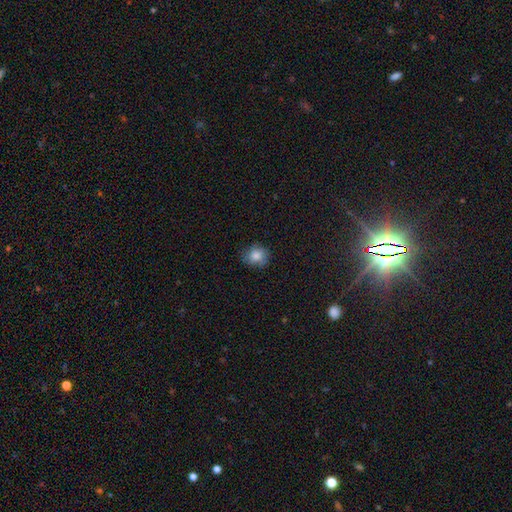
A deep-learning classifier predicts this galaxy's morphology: smooth_or_featured: smooth (p=0.84) [alt: star or artifact p=0.10]
how_rounded: round (p=0.77) [alt: in between p=0.22]
merging: none (p=0.76) [alt: minor disturbance p=0.19]